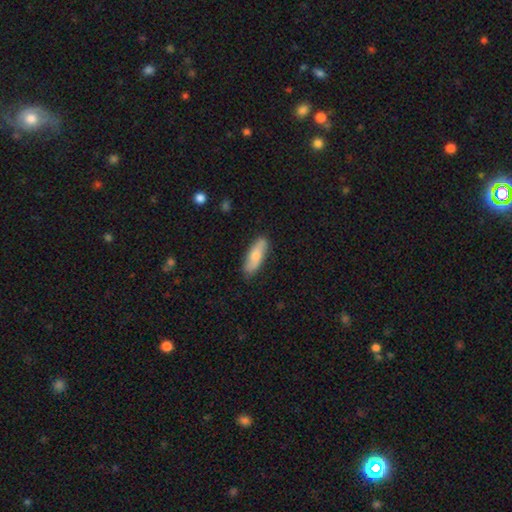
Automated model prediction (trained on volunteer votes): smooth-or-featured: smooth: 70% | featured or disk: 24% | star or artifact: 5%
  how-rounded: in between: 57% | cigar-shaped: 41% | round: 2%
  merging: none: 84% | minor disturbance: 12% | major disturbance: 2% | merger: 1%